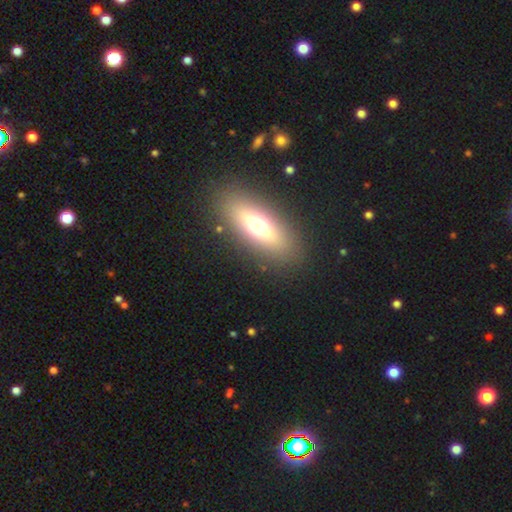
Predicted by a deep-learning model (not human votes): The model was most divided on "how rounded": in between: 60%, cigar-shaped: 35%, round: 4%. More confident: merging — none (87%); smooth or featured — smooth (56%).